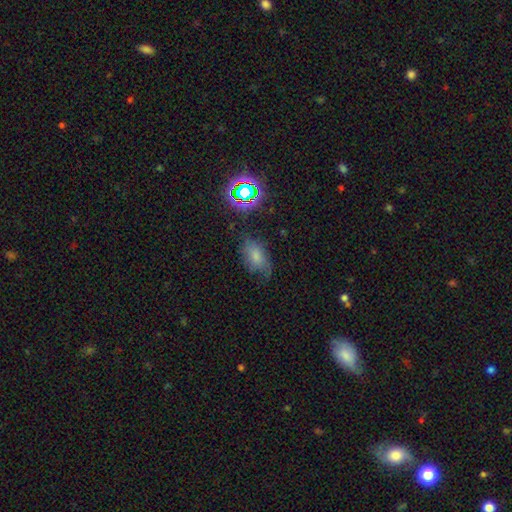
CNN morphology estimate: Smooth or featured? smooth (61%)
How rounded? in between (87%)
Merging? none (53%)